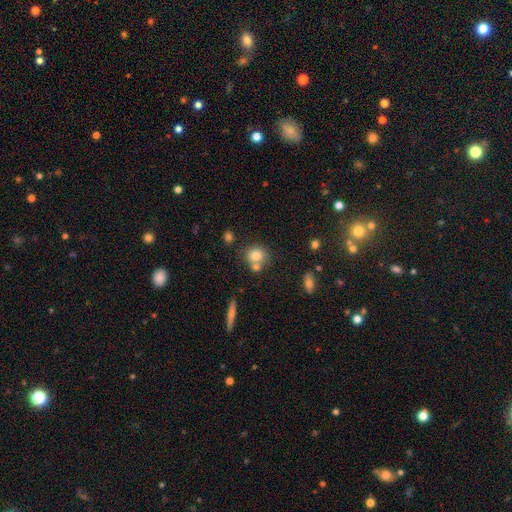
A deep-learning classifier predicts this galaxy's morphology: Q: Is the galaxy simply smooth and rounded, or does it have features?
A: smooth — 77%.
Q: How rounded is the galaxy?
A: round — 78%.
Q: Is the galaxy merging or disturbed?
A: none — 57%.